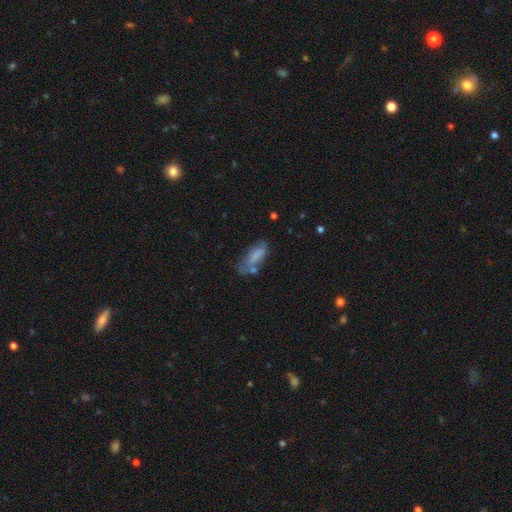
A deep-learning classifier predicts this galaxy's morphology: Smooth or featured?
  - smooth: 72% *
  - featured or disk: 19%
  - star or artifact: 9%
How rounded?
  - in between: 66% *
  - cigar-shaped: 32%
  - round: 2%
Merging?
  - none: 44% *
  - minor disturbance: 28%
  - major disturbance: 16%
  - merger: 12%